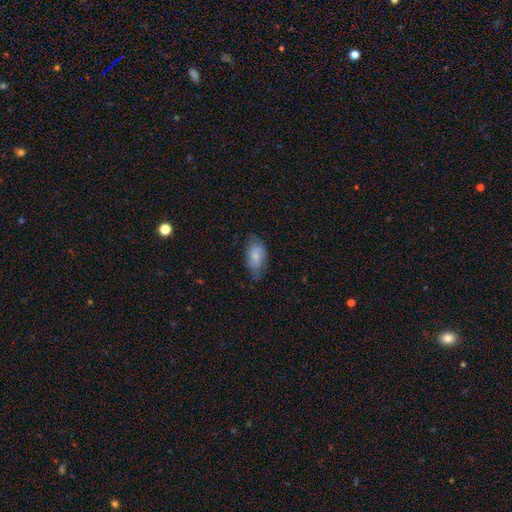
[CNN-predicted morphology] A smooth galaxy with no disk features (76%) that is in between round and cigar-shaped (92%). Merging: none (60%).